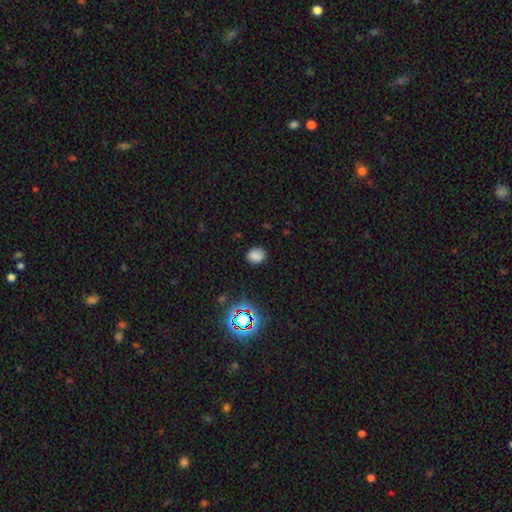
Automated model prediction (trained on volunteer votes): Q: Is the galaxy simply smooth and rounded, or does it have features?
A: smooth — 78%.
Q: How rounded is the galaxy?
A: in between — 53%.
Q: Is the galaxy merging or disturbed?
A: none — 82%.